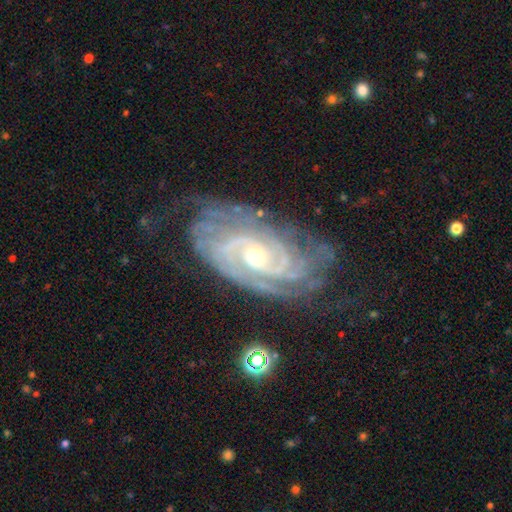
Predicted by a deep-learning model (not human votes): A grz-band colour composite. It shows a featured or disk galaxy (91%) with no bar (62%), 2 (30%) tight (74%) spiral arms (98%) and a small central bulge (56%). Merging: none (68%).